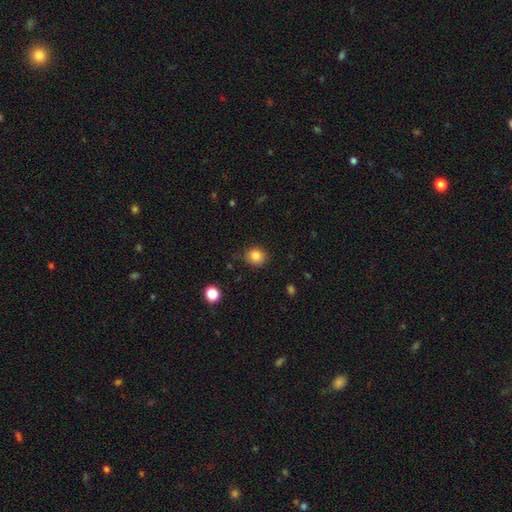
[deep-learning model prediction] A smooth galaxy with no disk features (84%) that is round (81%).

Vote fractions:
- Smooth or featured? smooth: 84% / star or artifact: 11% / featured or disk: 5%
- How rounded? round: 81% / in between: 18% / cigar-shaped: 1%
- Merging? none: 79% / minor disturbance: 15% / major disturbance: 4% / merger: 2%